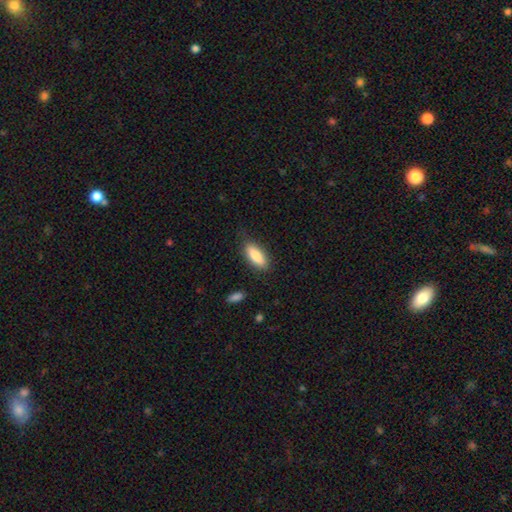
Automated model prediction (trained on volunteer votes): Q: Smooth or featured?
A: smooth (85%); runner-up: featured or disk (9%)
Q: How rounded?
A: in between (72%); runner-up: cigar-shaped (26%)
Q: Merging?
A: none (82%); runner-up: minor disturbance (13%)